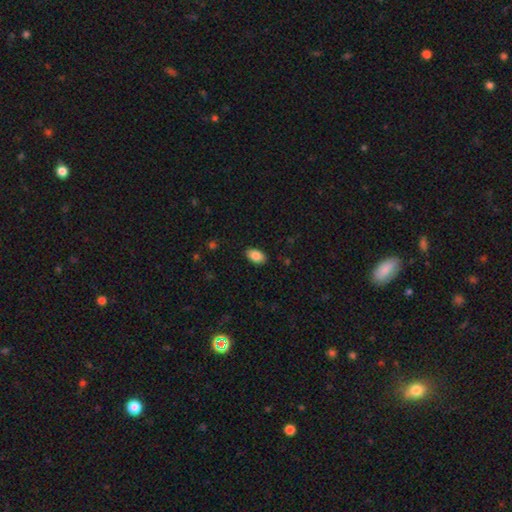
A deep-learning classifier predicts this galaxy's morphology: Smooth or featured? smooth (87%)
How rounded? in between (93%)
Merging? none (88%)